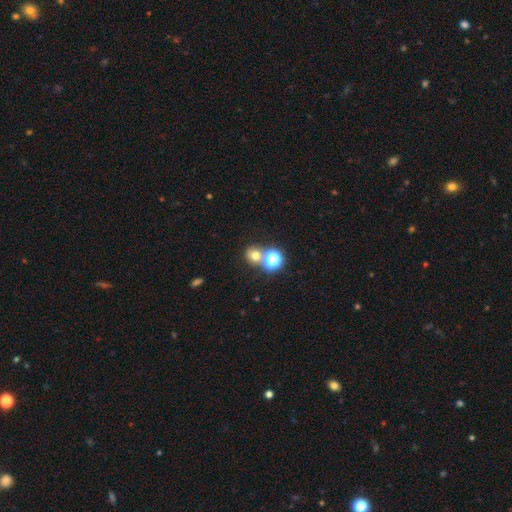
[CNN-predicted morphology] A smooth galaxy with no disk features (67%) that is round (79%). Merging: none (61%).